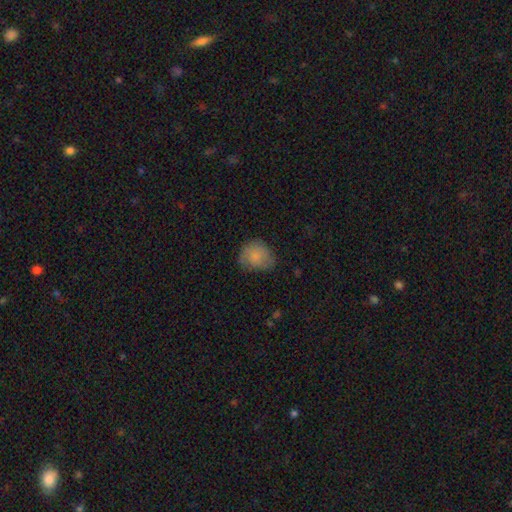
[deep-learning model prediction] smooth_or_featured: smooth (p=0.80) [alt: featured or disk p=0.12]
how_rounded: round (p=0.66) [alt: in between p=0.33]
merging: none (p=0.63) [alt: minor disturbance p=0.27]